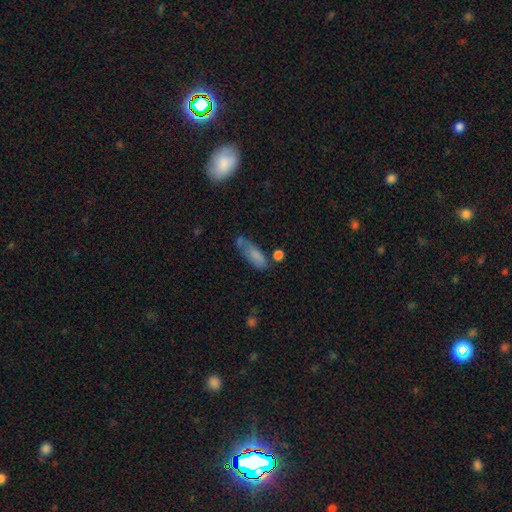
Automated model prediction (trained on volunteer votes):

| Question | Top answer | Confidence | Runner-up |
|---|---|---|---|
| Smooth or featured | smooth | 77% | featured or disk (15%) |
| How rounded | in between | 72% | cigar-shaped (25%) |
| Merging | none | 41% | minor disturbance (30%) |